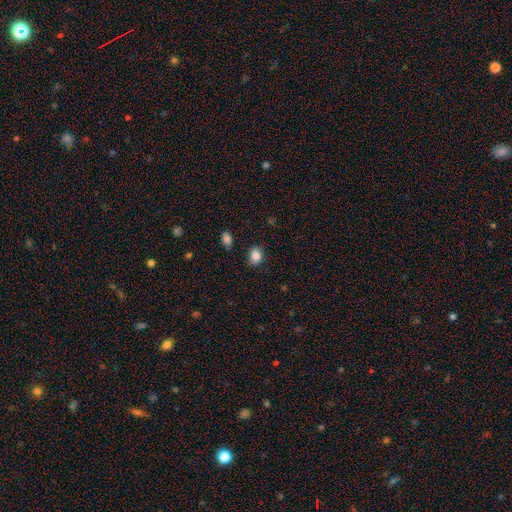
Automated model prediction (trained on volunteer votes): A smooth galaxy with no disk features (85%) that is in between round and cigar-shaped (55%). Merging: none (85%).